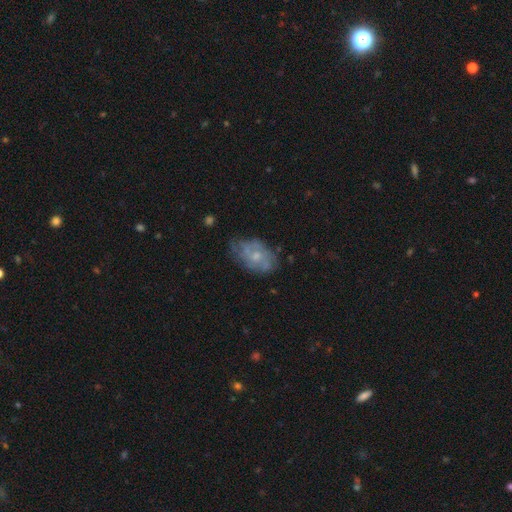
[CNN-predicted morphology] Smooth or featured? featured or disk (60%)
Edge-on disk? no (96%)
Bar? no (79%)
Spiral arms? yes (67%)
Bulge size? small (50%)
Merging? none (60%)